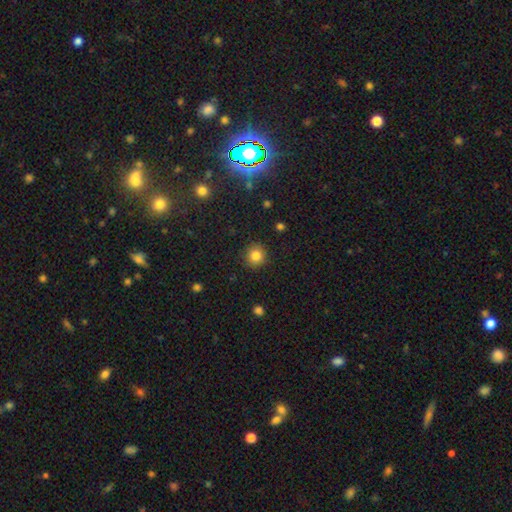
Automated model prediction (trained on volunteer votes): Smooth or featured: smooth — 83% (star or artifact — 11%)
How rounded: round — 92% (in between — 7%)
Merging: none — 90% (minor disturbance — 6%)